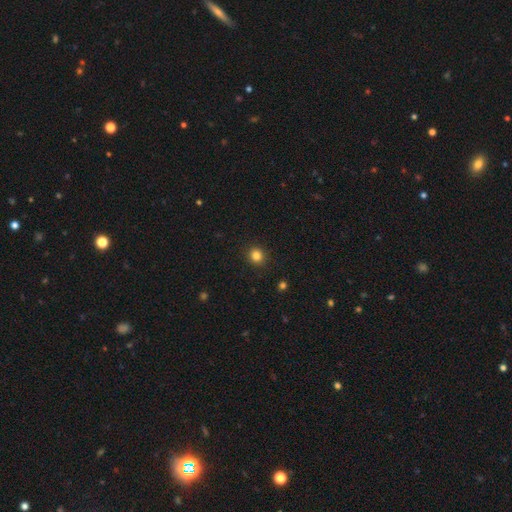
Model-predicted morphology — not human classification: This is clearly a smooth galaxy (83%). How rounded: clearly round (89%). Merging: clearly none (92%).